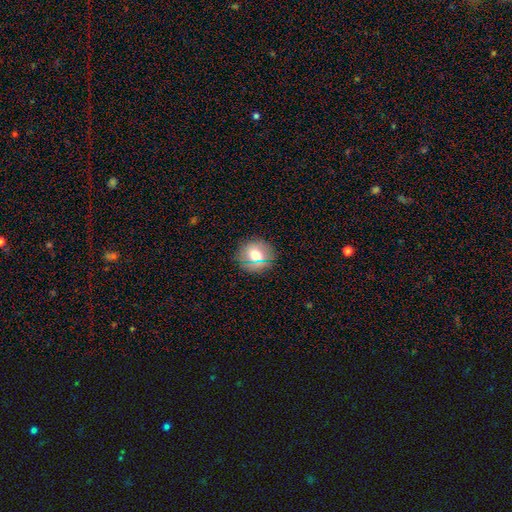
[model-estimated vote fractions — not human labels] A smooth galaxy with no disk features (70%) that is round (83%).

Vote fractions:
- Smooth or featured? smooth: 70% / featured or disk: 16% / star or artifact: 14%
- How rounded? round: 83% / in between: 16% / cigar-shaped: 1%
- Merging? none: 85% / minor disturbance: 11% / major disturbance: 3% / merger: 1%